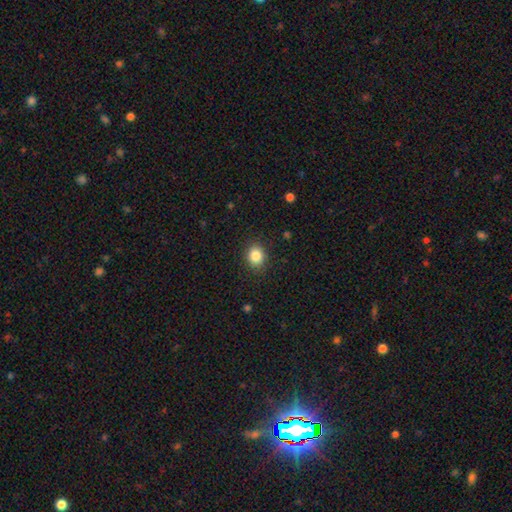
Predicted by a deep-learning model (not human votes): A smooth galaxy with no disk features (85%) that is round (63%). Merging: none (88%).